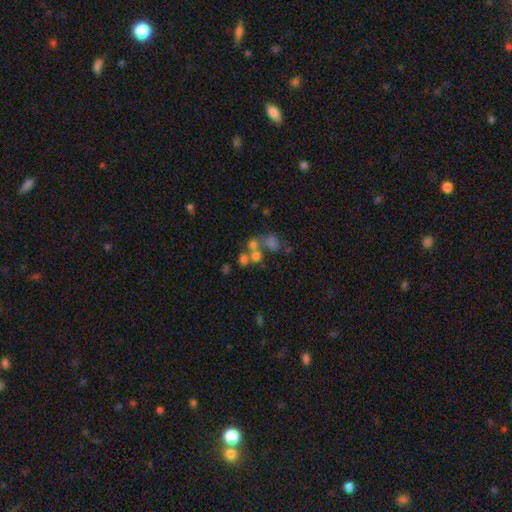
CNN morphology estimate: A smooth galaxy with no disk features (57%) that is round (78%). Merging: merger (46%).